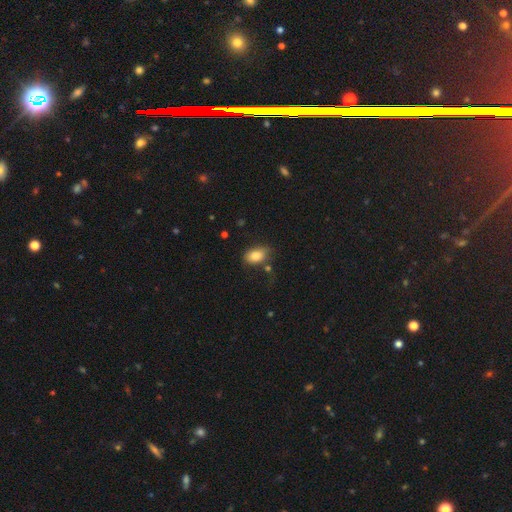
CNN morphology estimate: Smooth or featured? smooth (84%)
How rounded? in between (89%)
Merging? none (69%)